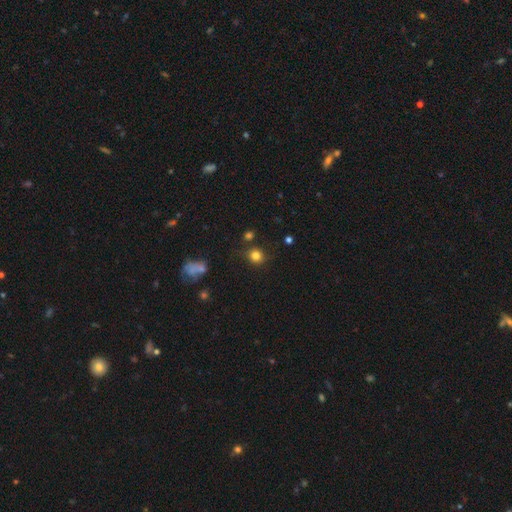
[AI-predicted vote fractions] Morphology: type=smooth (81%); roundness=round (87%); merging=none (82%).